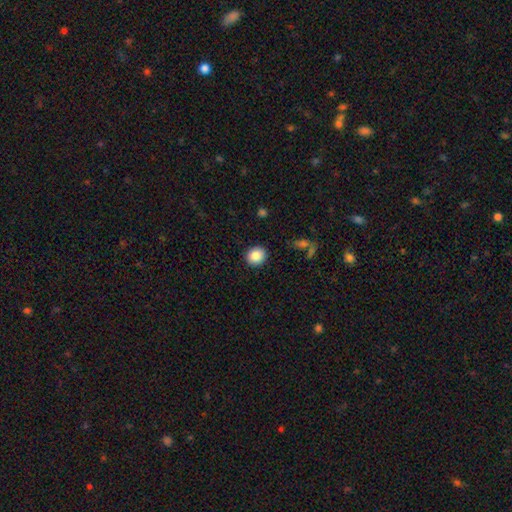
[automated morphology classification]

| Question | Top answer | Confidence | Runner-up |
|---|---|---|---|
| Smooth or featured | smooth | 87% | star or artifact (8%) |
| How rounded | round | 80% | in between (19%) |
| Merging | none | 90% | minor disturbance (6%) |